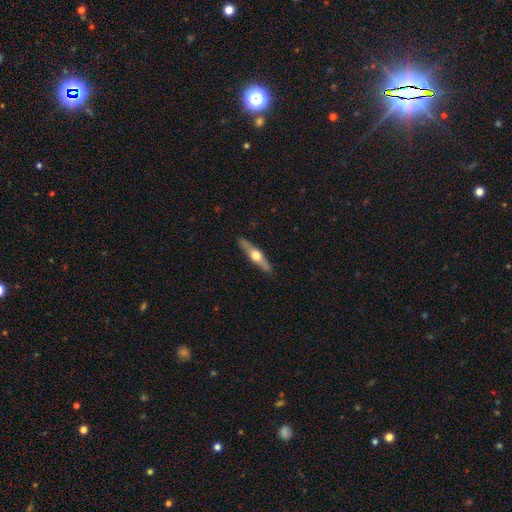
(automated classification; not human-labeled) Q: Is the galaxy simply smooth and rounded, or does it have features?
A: featured or disk — 62%.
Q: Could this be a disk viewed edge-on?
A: yes — 94%.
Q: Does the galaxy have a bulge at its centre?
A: rounded — 95%.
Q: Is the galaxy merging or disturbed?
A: none — 89%.